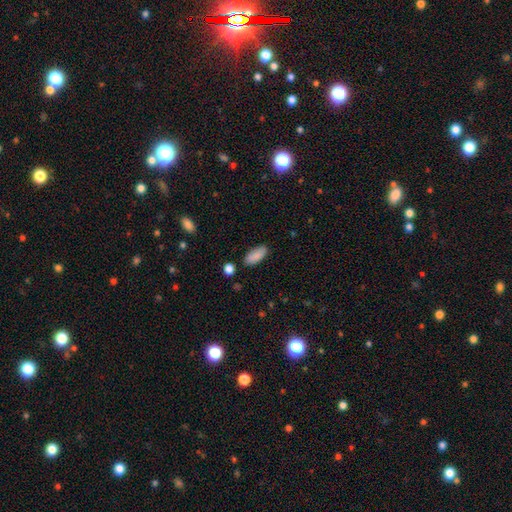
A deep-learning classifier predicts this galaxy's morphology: Overall: smooth (88%). How rounded: in between (83%). Merging: none (84%).